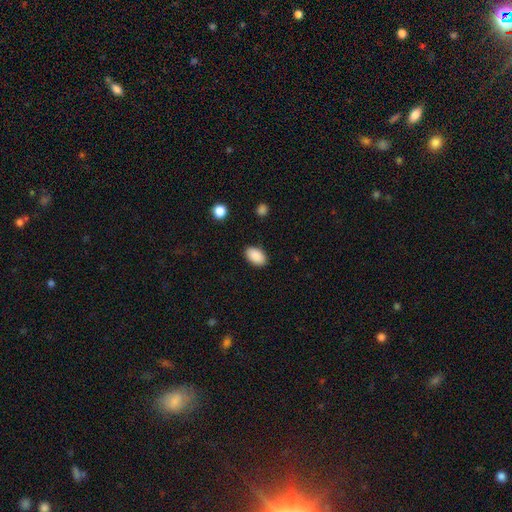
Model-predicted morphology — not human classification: smooth_or_featured: smooth (p=0.90) [alt: star or artifact p=0.07]
how_rounded: in between (p=0.93) [alt: round p=0.06]
merging: none (p=0.88) [alt: minor disturbance p=0.09]